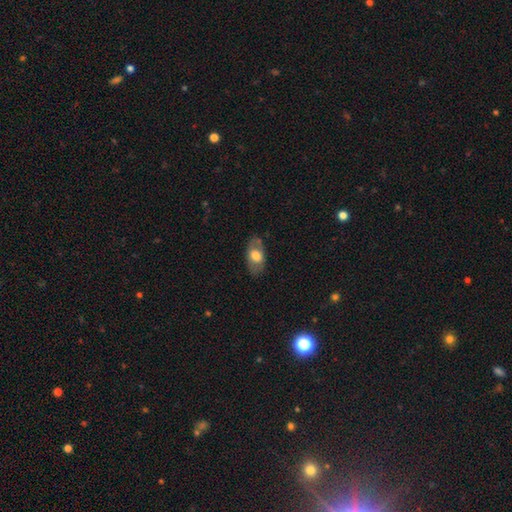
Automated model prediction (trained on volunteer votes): Smooth or featured? Predicted: smooth (p=0.57). How rounded? Predicted: in between (p=0.90). Merging? Predicted: none (p=0.76).